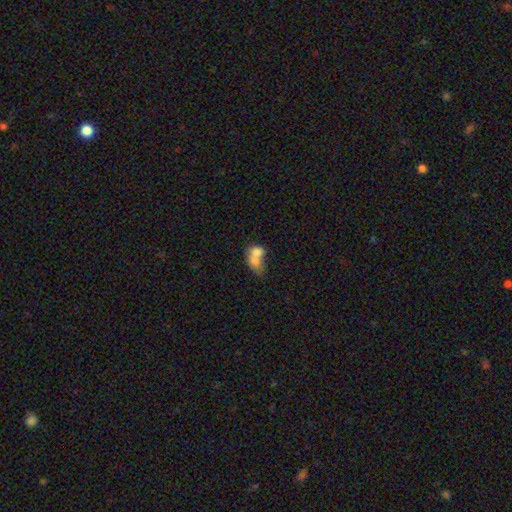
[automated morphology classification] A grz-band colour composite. It shows a smooth galaxy with no disk features (67%) that is in between round and cigar-shaped (73%). Merging: merger (63%).